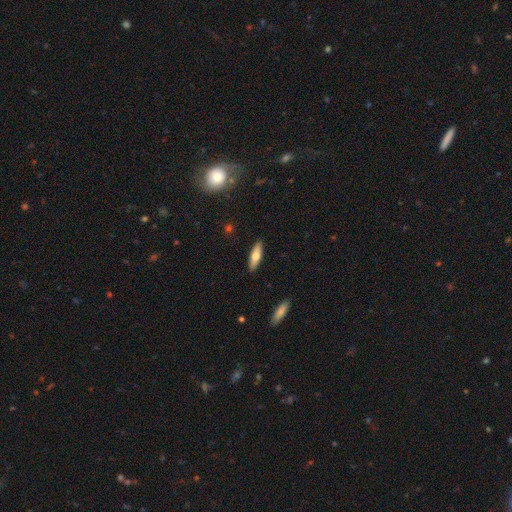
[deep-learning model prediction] A smooth galaxy with no disk features (67%) that is cigar-shaped (51%). Merging: none (90%).